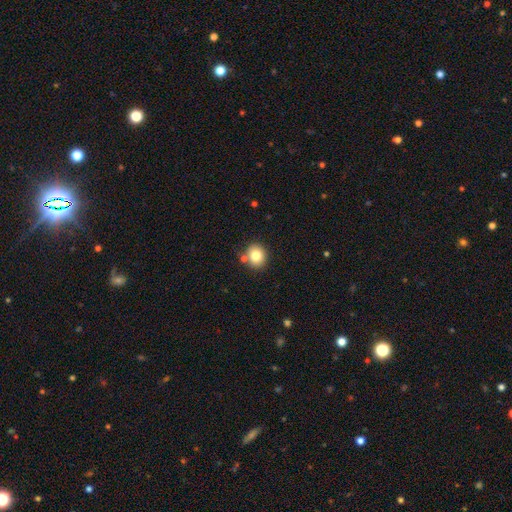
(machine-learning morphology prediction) This appears to be a smooth galaxy with no disk features (80%) that is round (80%). Merging: none (76%).